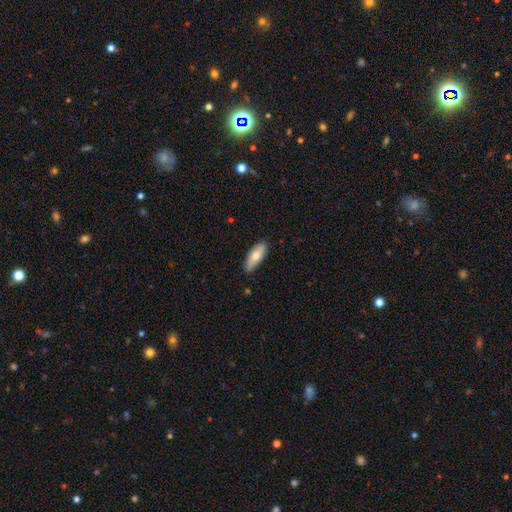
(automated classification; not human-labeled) Q: Smooth or featured?
A: smooth (73%); runner-up: featured or disk (21%)
Q: How rounded?
A: in between (72%); runner-up: cigar-shaped (26%)
Q: Merging?
A: none (83%); runner-up: minor disturbance (14%)